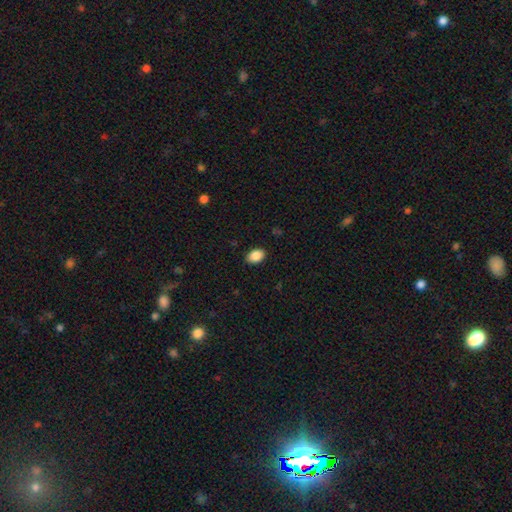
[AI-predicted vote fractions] Smooth or featured?
  - smooth: 89% *
  - star or artifact: 8%
  - featured or disk: 4%
How rounded?
  - in between: 83% *
  - round: 16%
  - cigar-shaped: 1%
Merging?
  - none: 89% *
  - minor disturbance: 8%
  - major disturbance: 2%
  - merger: 1%